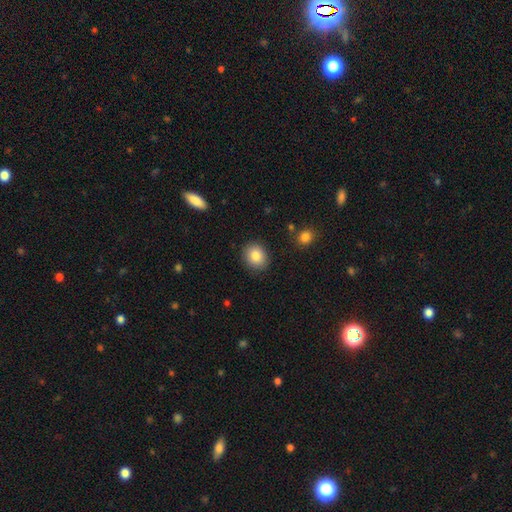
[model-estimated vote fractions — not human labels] smooth-or-featured: smooth: 84% | star or artifact: 8% | featured or disk: 7%
  how-rounded: round: 62% | in between: 37% | cigar-shaped: 1%
  merging: none: 88% | minor disturbance: 8% | major disturbance: 2% | merger: 1%